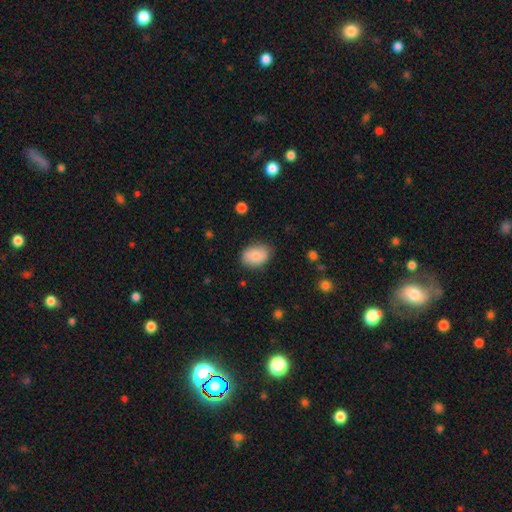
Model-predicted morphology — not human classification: Smooth or featured: smooth — 77% (featured or disk — 16%)
How rounded: in between — 77% (round — 22%)
Merging: none — 82% (minor disturbance — 14%)